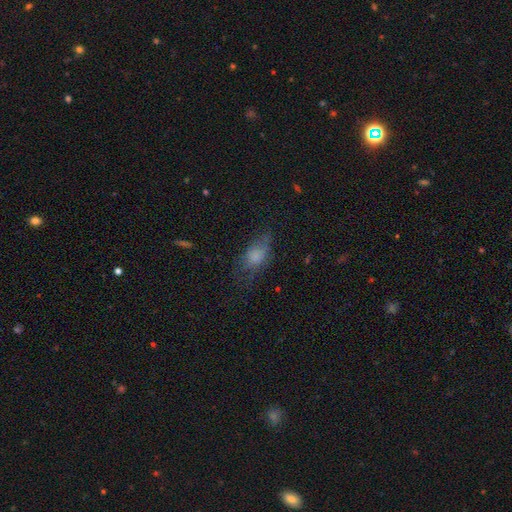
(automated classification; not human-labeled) Smooth or featured? Predicted: smooth (p=0.69). How rounded? Predicted: in between (p=0.81). Merging? Predicted: none (p=0.49).